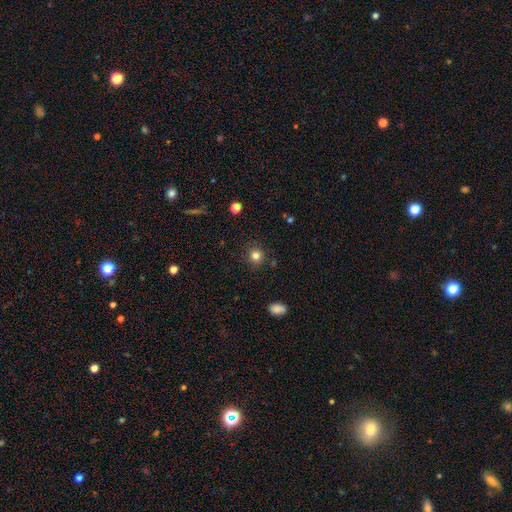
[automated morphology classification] Smooth or featured: smooth — 81% (star or artifact — 13%)
How rounded: round — 90% (in between — 9%)
Merging: none — 88% (minor disturbance — 8%)